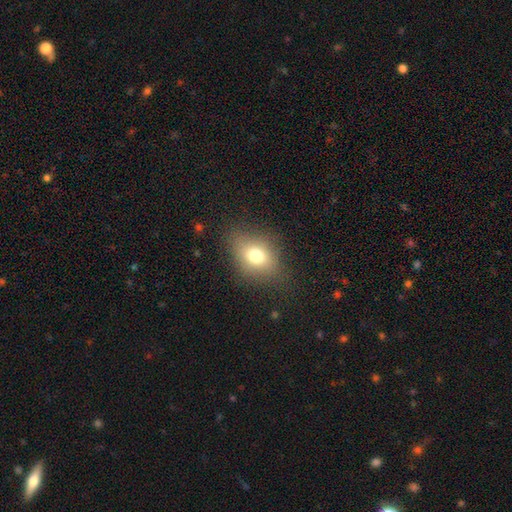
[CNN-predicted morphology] Smooth or featured? Predicted: smooth (p=0.72). How rounded? Predicted: in between (p=0.62). Merging? Predicted: none (p=0.78).